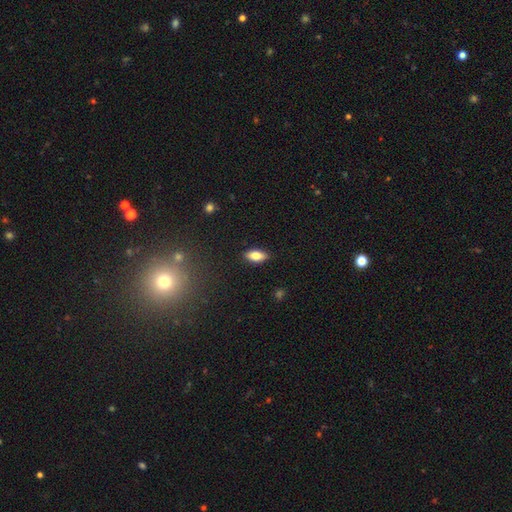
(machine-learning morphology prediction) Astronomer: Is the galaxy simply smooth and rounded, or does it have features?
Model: smooth — 78%.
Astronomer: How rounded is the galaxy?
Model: in between — 86%.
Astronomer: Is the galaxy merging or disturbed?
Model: none — 87%.